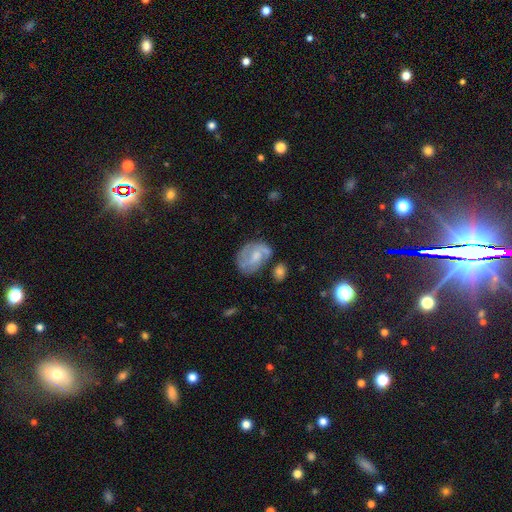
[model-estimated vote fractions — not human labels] A featured or disk galaxy (57%) with no bar (51%), spiral arms (70%) and a moderate central bulge (42%).

Vote fractions:
- Smooth or featured? featured or disk: 57% / smooth: 35% / star or artifact: 8%
- Edge-on disk? no: 97% / yes: 3%
- Bar? no: 51% / weak: 41% / strong: 8%
- Spiral arms? yes: 70% / no: 30%
- Bulge size? moderate: 42% / small: 30% / none: 19% / large: 7% / dominant: 1%
- Merging? none: 48% / minor disturbance: 25% / major disturbance: 15% / merger: 11%